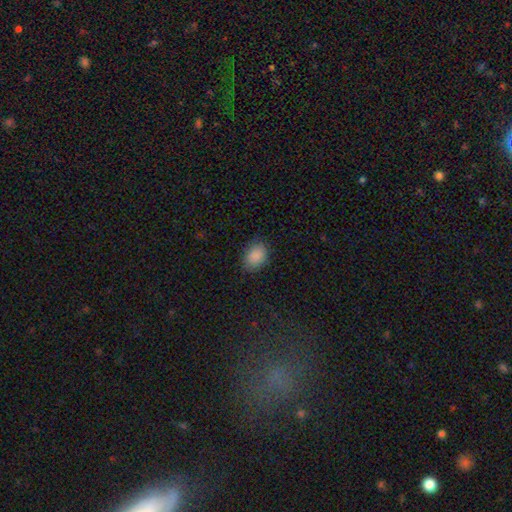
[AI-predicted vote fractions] Morphology: type=smooth (87%); roundness=in between (72%); merging=none (80%).